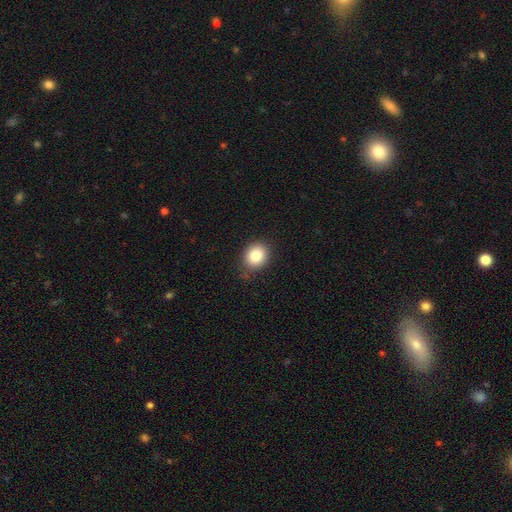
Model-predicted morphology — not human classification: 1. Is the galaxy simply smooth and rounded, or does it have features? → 84% smooth, 9% star or artifact, 6% featured or disk.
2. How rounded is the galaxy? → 61% round, 39% in between, 1% cigar-shaped.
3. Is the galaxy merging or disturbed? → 83% none, 13% minor disturbance, 3% major disturbance, 1% merger.